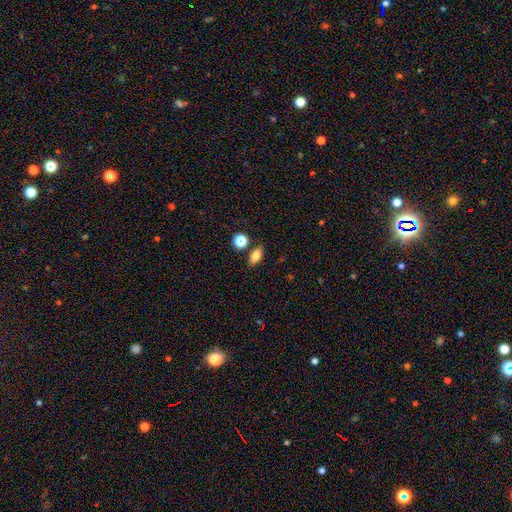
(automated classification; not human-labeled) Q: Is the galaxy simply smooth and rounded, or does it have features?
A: smooth — 76%.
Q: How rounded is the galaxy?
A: in between — 81%.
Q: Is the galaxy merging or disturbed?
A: none — 81%.